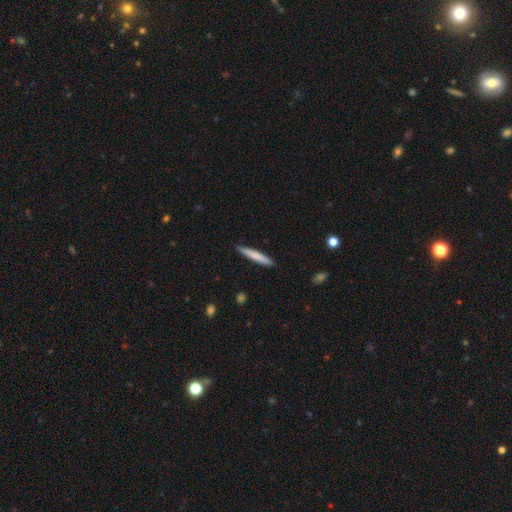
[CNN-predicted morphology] Overall: smooth (76%). How rounded: cigar-shaped (94%). Merging: none (89%).